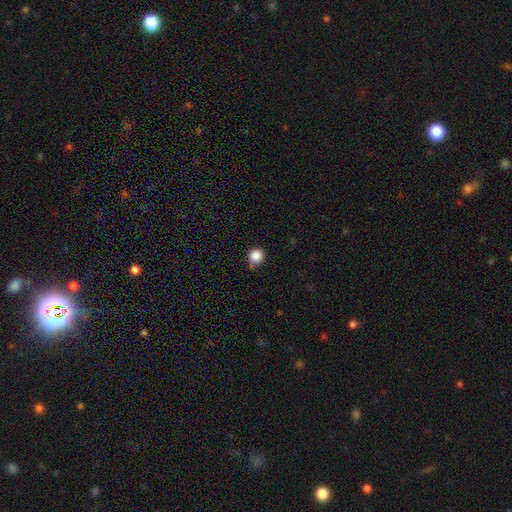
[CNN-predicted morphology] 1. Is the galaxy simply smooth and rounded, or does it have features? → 86% smooth, 11% star or artifact, 4% featured or disk.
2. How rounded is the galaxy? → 89% round, 10% in between, 1% cigar-shaped.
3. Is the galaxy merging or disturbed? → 71% none, 23% minor disturbance, 4% major disturbance, 2% merger.